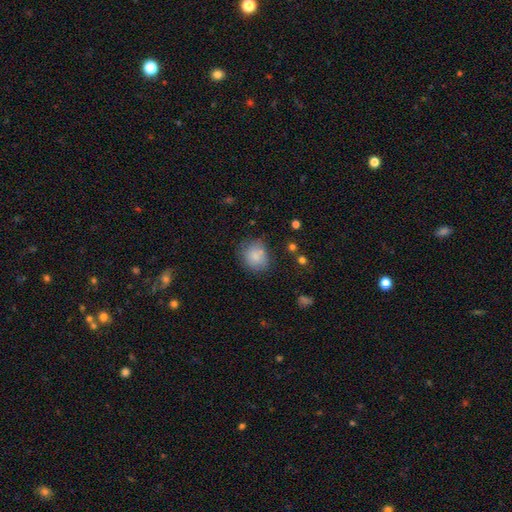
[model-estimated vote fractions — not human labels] smooth-or-featured: smooth: 80% | featured or disk: 11% | star or artifact: 9%
  how-rounded: round: 66% | in between: 33% | cigar-shaped: 1%
  merging: none: 62% | minor disturbance: 22% | merger: 9% | major disturbance: 7%